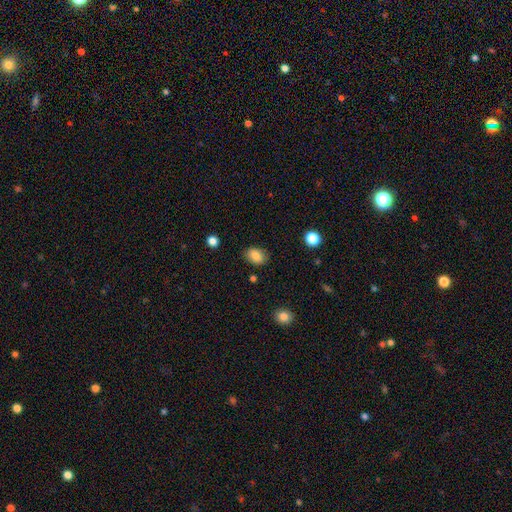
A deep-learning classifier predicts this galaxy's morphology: A smooth galaxy with no disk features (86%) that is in between round and cigar-shaped (78%). Merging: none (82%).